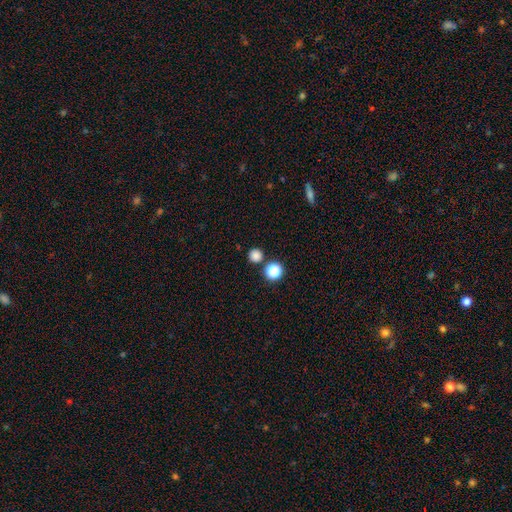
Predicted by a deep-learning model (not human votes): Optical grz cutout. It shows a smooth galaxy with no disk features (81%) that is round (94%). Merging: none (83%).